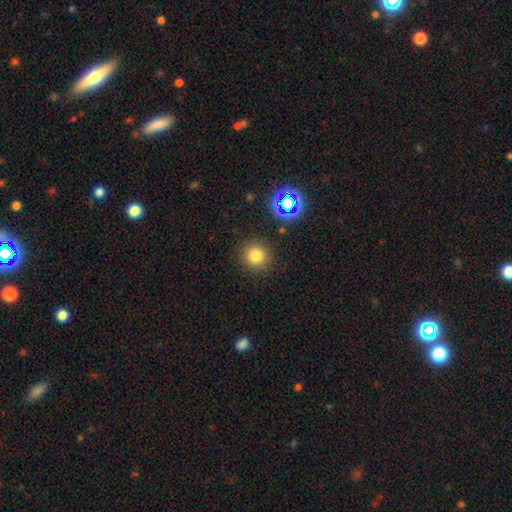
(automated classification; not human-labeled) A smooth galaxy with no disk features (78%) that is round (92%). Merging: none (89%).